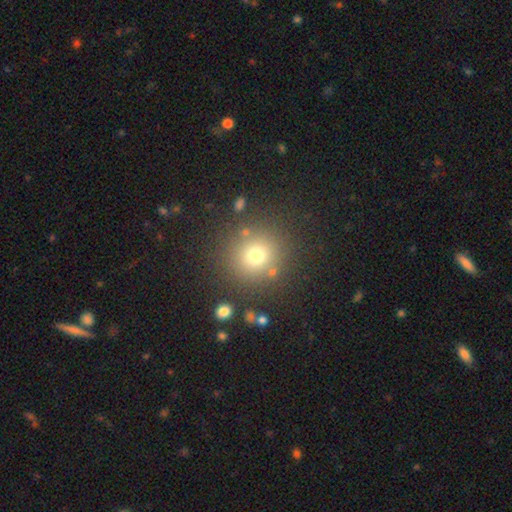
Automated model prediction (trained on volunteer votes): Smooth or featured? smooth (72%)
How rounded? round (91%)
Merging? none (83%)